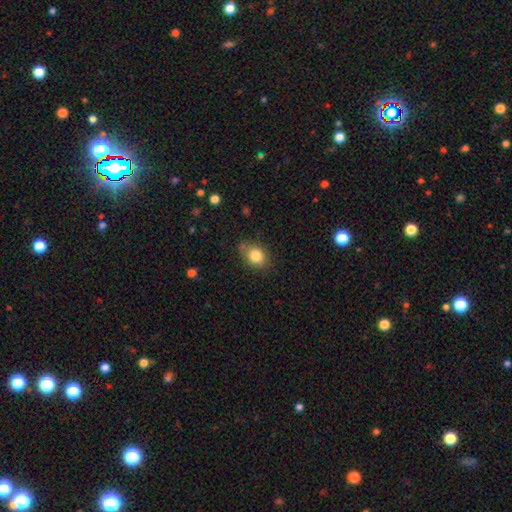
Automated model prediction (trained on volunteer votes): Q: Smooth or featured?
A: smooth (82%); runner-up: star or artifact (10%)
Q: How rounded?
A: in between (52%); runner-up: round (47%)
Q: Merging?
A: none (69%); runner-up: minor disturbance (22%)